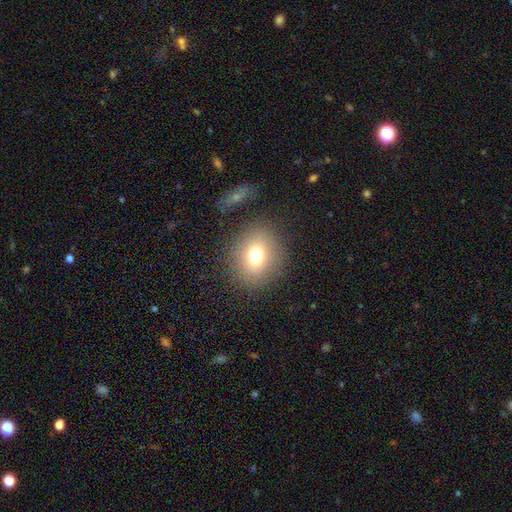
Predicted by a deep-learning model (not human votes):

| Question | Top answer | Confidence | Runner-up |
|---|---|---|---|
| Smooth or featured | smooth | 73% | featured or disk (14%) |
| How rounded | round | 65% | in between (34%) |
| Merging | none | 82% | minor disturbance (10%) |